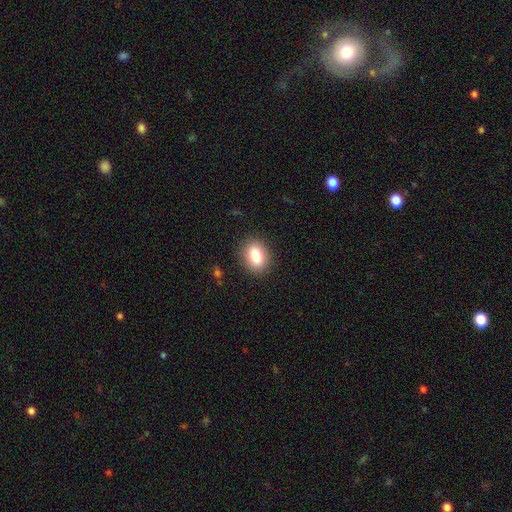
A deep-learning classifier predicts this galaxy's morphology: smooth-or-featured: smooth: 81% | featured or disk: 9% | star or artifact: 9%
  how-rounded: in between: 70% | round: 28% | cigar-shaped: 2%
  merging: none: 88% | minor disturbance: 8% | major disturbance: 3% | merger: 1%